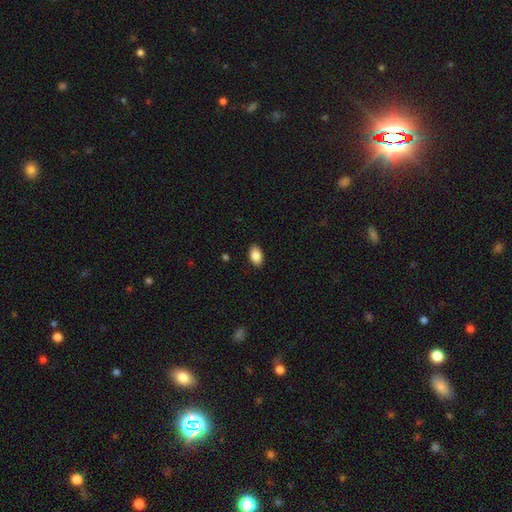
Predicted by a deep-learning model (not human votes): smooth_or_featured: smooth (p=0.87) [alt: star or artifact p=0.07]
how_rounded: in between (p=0.92) [alt: round p=0.06]
merging: none (p=0.89) [alt: minor disturbance p=0.08]